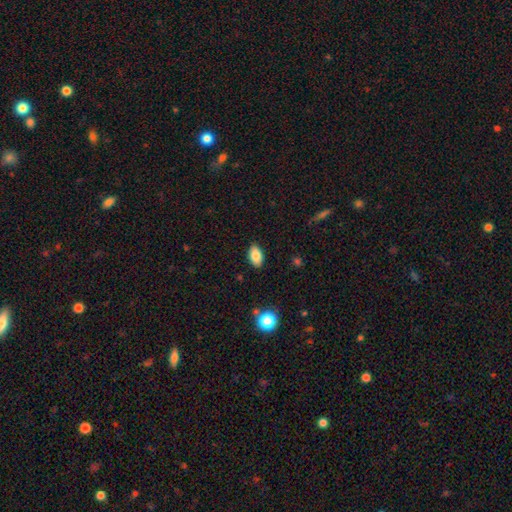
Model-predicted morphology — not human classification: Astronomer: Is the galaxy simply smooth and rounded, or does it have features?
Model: smooth — 84%.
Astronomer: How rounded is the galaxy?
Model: in between — 92%.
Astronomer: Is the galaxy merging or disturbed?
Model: none — 87%.